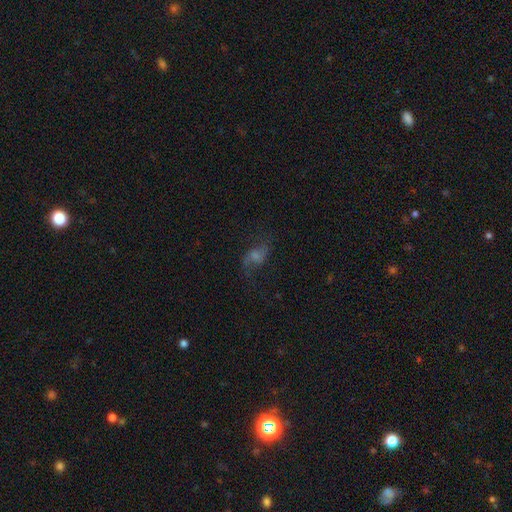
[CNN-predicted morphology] A featured or disk galaxy (62%) with no bar (57%), 2 (87%) loose (77%) spiral arms (89%) and a small central bulge (39%). Merging: none (65%).